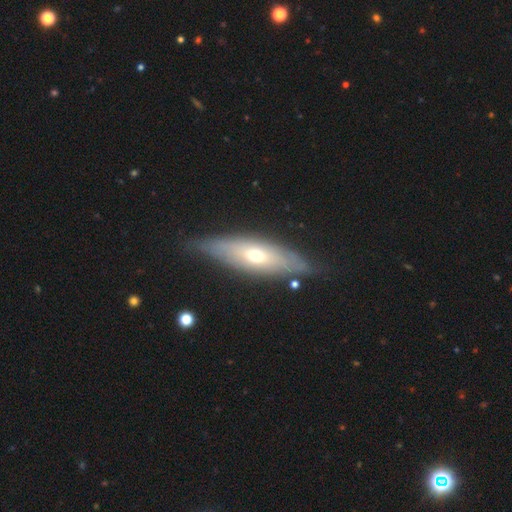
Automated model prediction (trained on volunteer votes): Smooth or featured?
  - featured or disk: 52% *
  - smooth: 41%
  - star or artifact: 7%
Edge-on disk?
  - yes: 54% *
  - no: 46%
Merging?
  - none: 77% *
  - minor disturbance: 16%
  - major disturbance: 5%
  - merger: 2%